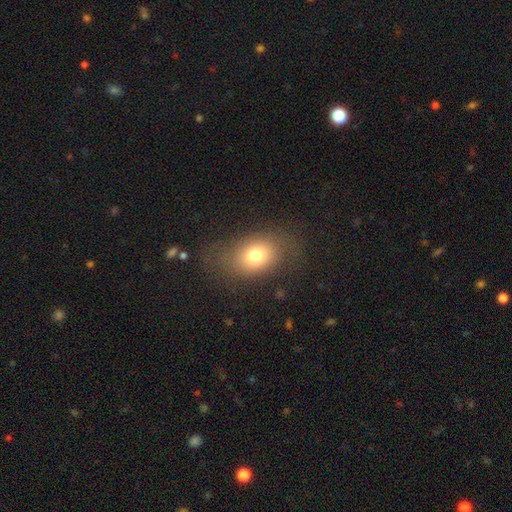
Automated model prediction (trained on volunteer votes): Smooth or featured? Predicted: smooth (p=0.74). How rounded? Predicted: in between (p=0.69). Merging? Predicted: none (p=0.73).